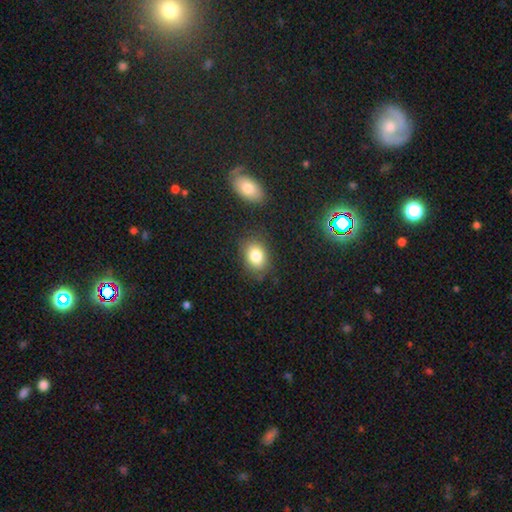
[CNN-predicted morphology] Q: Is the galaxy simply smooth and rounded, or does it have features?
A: smooth — 82%.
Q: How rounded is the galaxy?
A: in between — 71%.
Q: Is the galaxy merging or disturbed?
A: none — 80%.